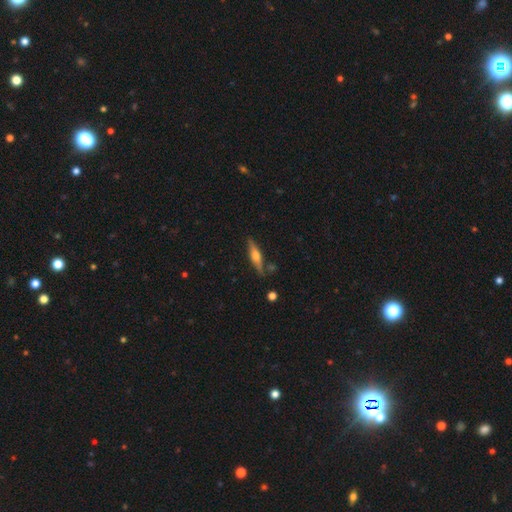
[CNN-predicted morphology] Smooth or featured? Predicted: featured or disk (p=0.60). Edge-on disk? Predicted: yes (p=0.95). Edge-on bulge? Predicted: rounded (p=0.88). Merging? Predicted: none (p=0.81).